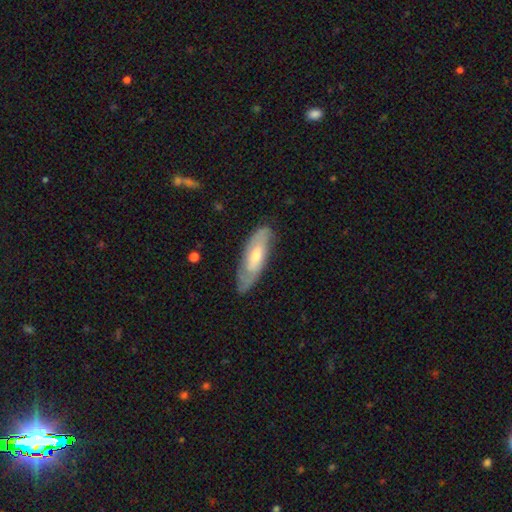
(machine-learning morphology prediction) type=featured or disk (58%); edge-on=no (73%); merging=none (76%).